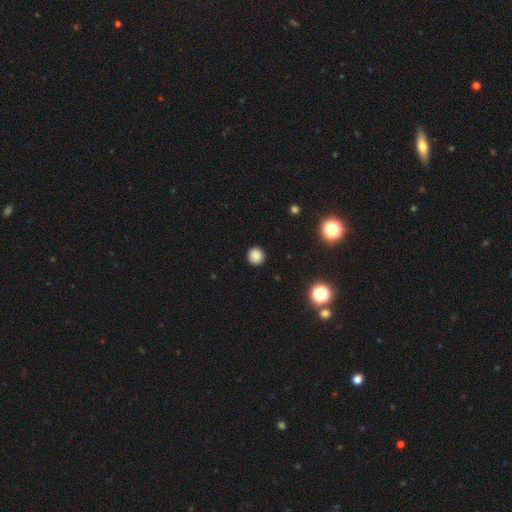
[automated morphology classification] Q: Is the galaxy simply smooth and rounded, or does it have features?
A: smooth — 85%.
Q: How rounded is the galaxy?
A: round — 93%.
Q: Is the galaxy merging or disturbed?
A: none — 92%.